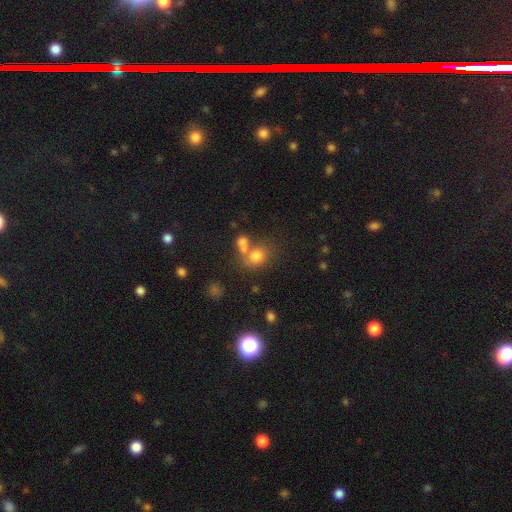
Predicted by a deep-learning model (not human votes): smooth 75%, star or artifact 14%, featured or disk 11%. Down the decision tree: how rounded — round (61%); merging — none (43%).